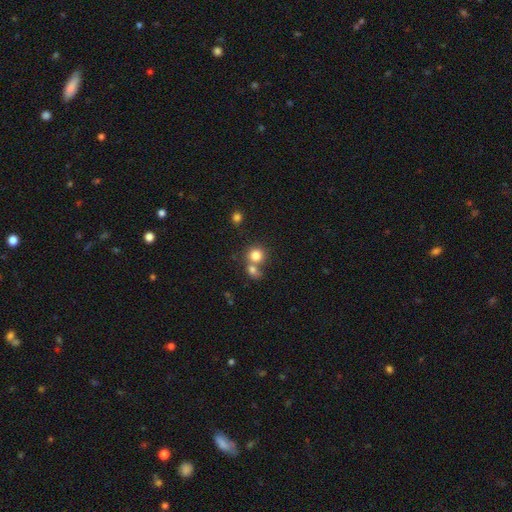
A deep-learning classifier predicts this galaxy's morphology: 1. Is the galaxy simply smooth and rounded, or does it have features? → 80% smooth, 11% star or artifact, 9% featured or disk.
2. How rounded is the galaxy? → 83% round, 16% in between, 1% cigar-shaped.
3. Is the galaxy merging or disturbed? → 45% merger, 43% none, 8% minor disturbance, 4% major disturbance.